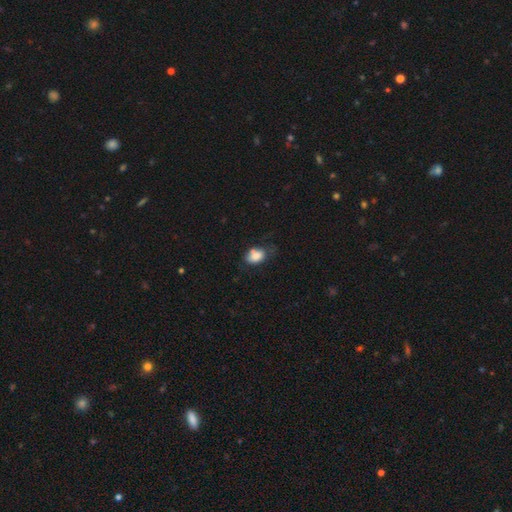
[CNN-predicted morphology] Smooth or featured? Predicted: smooth (p=0.82). How rounded? Predicted: in between (p=0.77). Merging? Predicted: none (p=0.50).